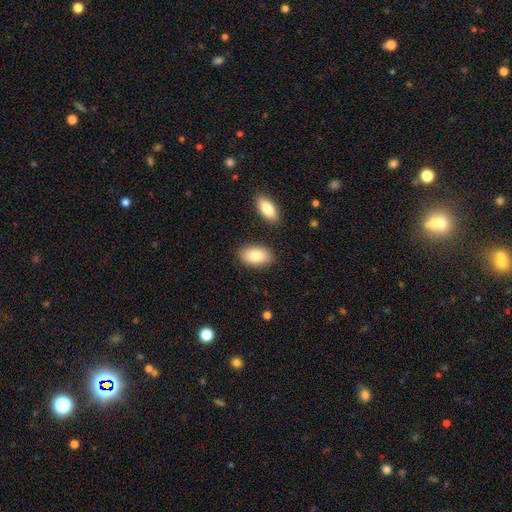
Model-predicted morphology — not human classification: Q: Smooth or featured?
A: smooth (85%); runner-up: featured or disk (8%)
Q: How rounded?
A: in between (94%); runner-up: round (4%)
Q: Merging?
A: none (83%); runner-up: minor disturbance (11%)